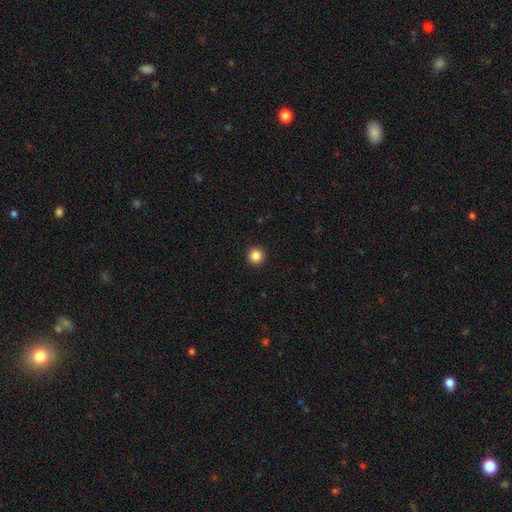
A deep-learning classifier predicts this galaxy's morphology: This appears to be a smooth galaxy with no disk features (86%) that is round (95%). Merging: none (94%).